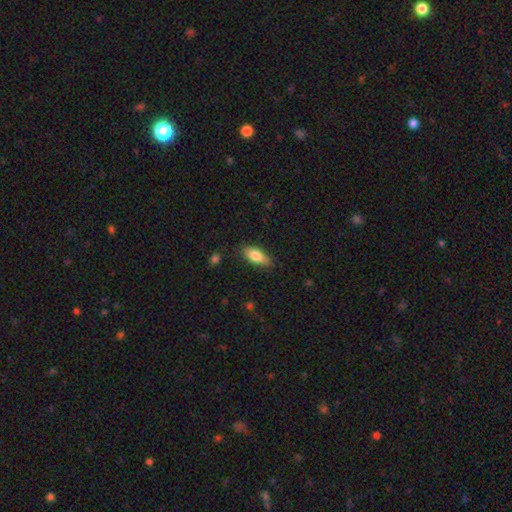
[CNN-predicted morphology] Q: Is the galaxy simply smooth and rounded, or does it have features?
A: smooth — 81%.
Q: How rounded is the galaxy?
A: in between — 81%.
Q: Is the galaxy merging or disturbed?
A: none — 80%.